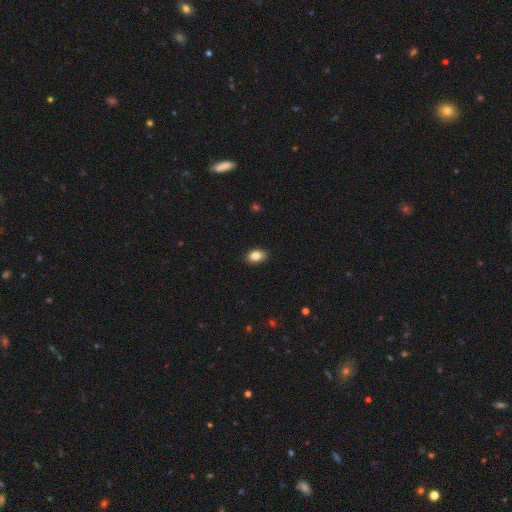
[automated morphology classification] smooth_or_featured: smooth (p=0.85) [alt: star or artifact p=0.08]
how_rounded: in between (p=0.87) [alt: round p=0.12]
merging: none (p=0.89) [alt: minor disturbance p=0.08]